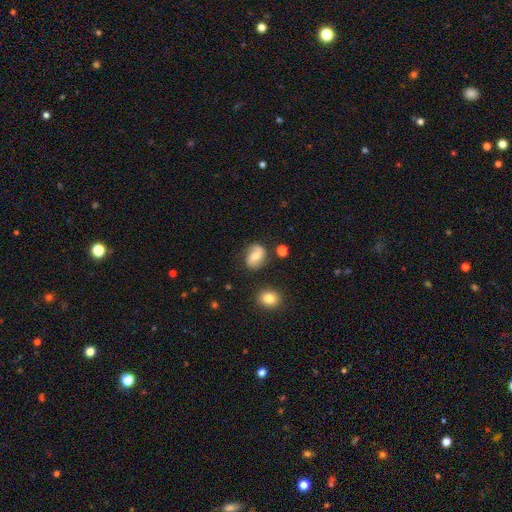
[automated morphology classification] A featured or disk galaxy (58%) with a weak bar (43%), 2 (87%) loose (43%) spiral arms (89%) and a moderate central bulge (60%). Merging: none (75%).